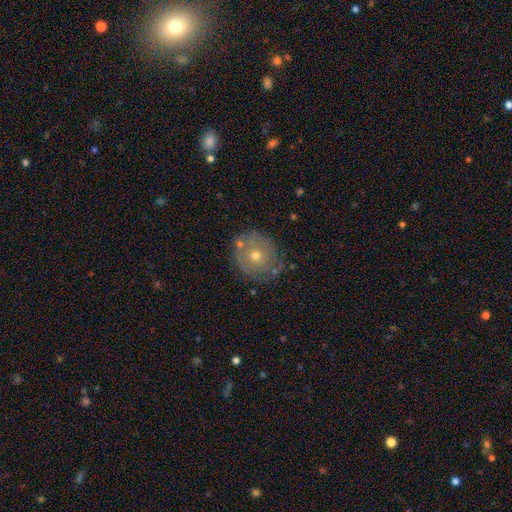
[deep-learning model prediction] This is possibly a smooth galaxy (55%). How rounded: clearly round (86%). Merging: likely none (75%).